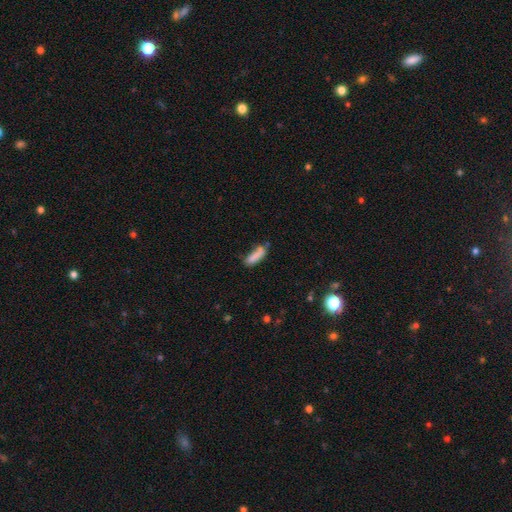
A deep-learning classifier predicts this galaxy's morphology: Q: Smooth or featured?
A: smooth (81%); runner-up: featured or disk (10%)
Q: How rounded?
A: in between (50%); runner-up: cigar-shaped (48%)
Q: Merging?
A: none (48%); runner-up: minor disturbance (30%)